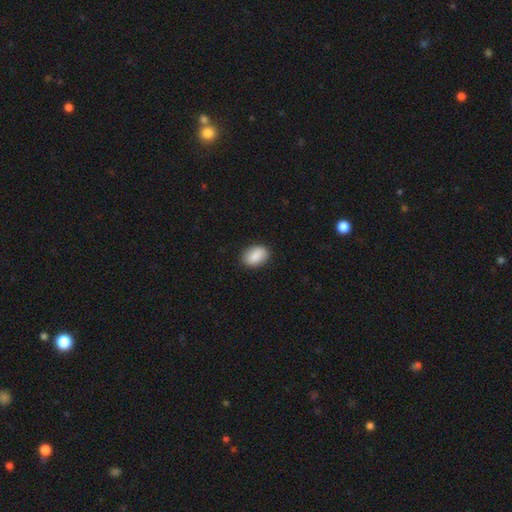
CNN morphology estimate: Smooth or featured? Predicted: smooth (p=0.89). How rounded? Predicted: in between (p=0.84). Merging? Predicted: none (p=0.87).